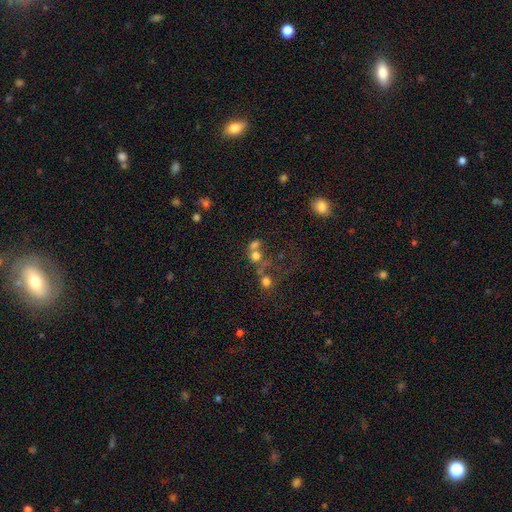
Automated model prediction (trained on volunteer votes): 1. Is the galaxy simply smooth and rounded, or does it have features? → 63% smooth, 20% star or artifact, 17% featured or disk.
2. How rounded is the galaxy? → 73% round, 26% in between, 1% cigar-shaped.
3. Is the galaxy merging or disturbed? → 46% merger, 35% none, 10% major disturbance, 9% minor disturbance.